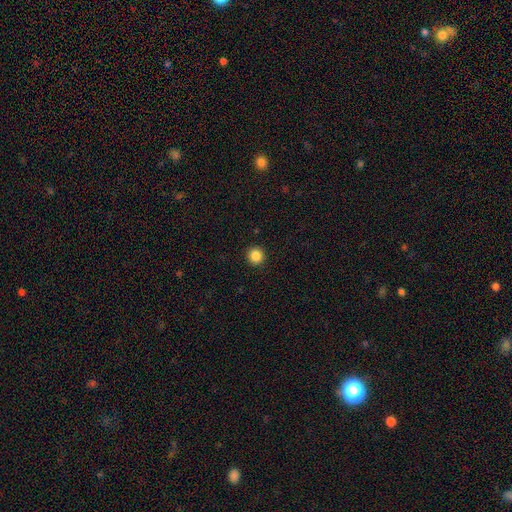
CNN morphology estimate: type=smooth (86%); roundness=round (94%); merging=none (93%).